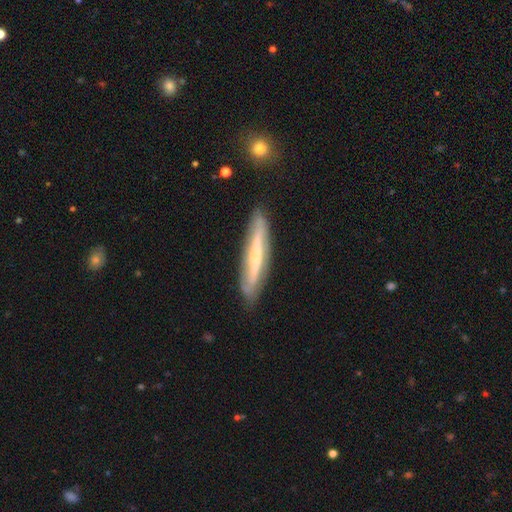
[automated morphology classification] This appears to be a featured or disk galaxy (61%) viewed edge-on (69%). Merging: none (82%).